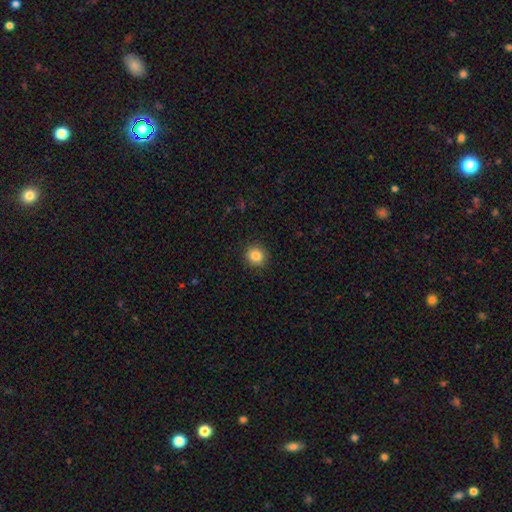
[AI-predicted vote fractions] Smooth or featured? smooth (84%)
How rounded? round (91%)
Merging? none (92%)